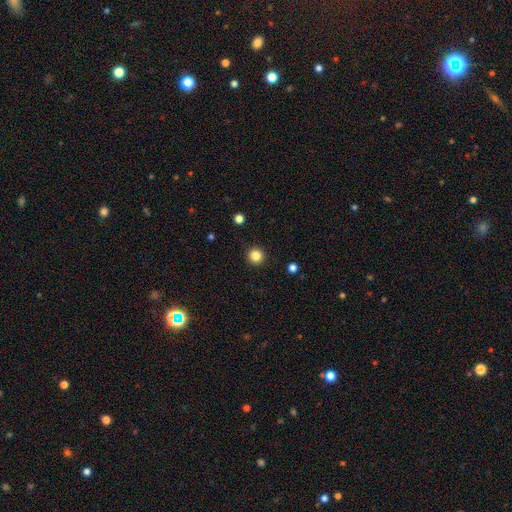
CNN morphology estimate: Smooth or featured: smooth — 84% (star or artifact — 11%)
How rounded: round — 95% (in between — 4%)
Merging: none — 93% (minor disturbance — 5%)